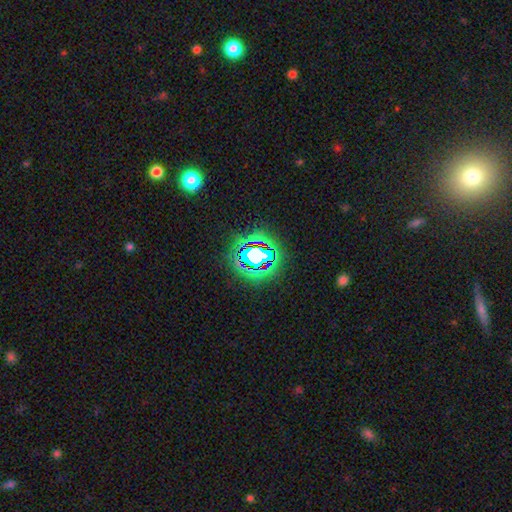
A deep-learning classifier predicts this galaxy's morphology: The model was most divided on "smooth or featured": star or artifact: 64%, smooth: 22%, featured or disk: 13%.